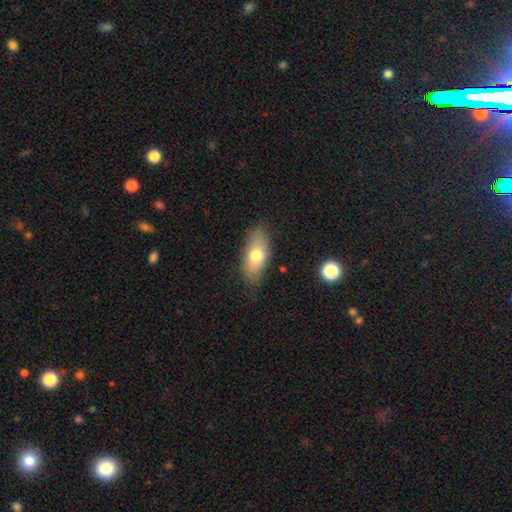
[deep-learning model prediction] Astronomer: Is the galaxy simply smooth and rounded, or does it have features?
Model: smooth — 71%.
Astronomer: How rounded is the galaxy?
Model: in between — 81%.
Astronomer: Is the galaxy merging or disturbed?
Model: none — 78%.